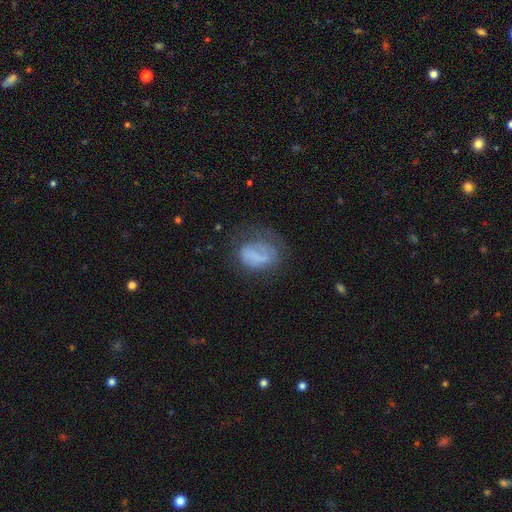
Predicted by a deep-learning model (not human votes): This is possibly a smooth galaxy (54%). How rounded: possibly in between (59%). Merging: marginally none (38%).